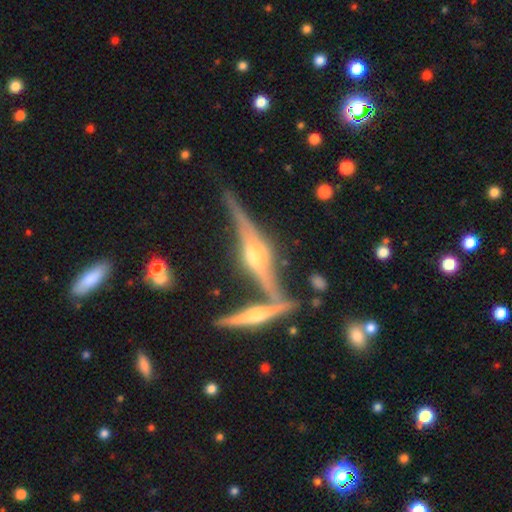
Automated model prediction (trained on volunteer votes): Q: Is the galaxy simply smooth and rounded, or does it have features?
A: featured or disk — 86%.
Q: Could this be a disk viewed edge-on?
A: yes — 96%.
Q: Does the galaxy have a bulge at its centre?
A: rounded — 89%.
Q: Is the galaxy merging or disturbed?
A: none — 61%.